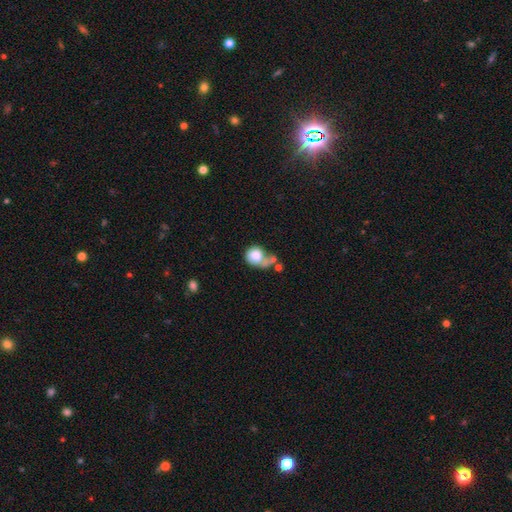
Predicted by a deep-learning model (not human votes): smooth-or-featured: smooth: 78% | featured or disk: 14% | star or artifact: 8%
  how-rounded: round: 69% | in between: 29% | cigar-shaped: 1%
  merging: merger: 35% | none: 25% | major disturbance: 23% | minor disturbance: 17%